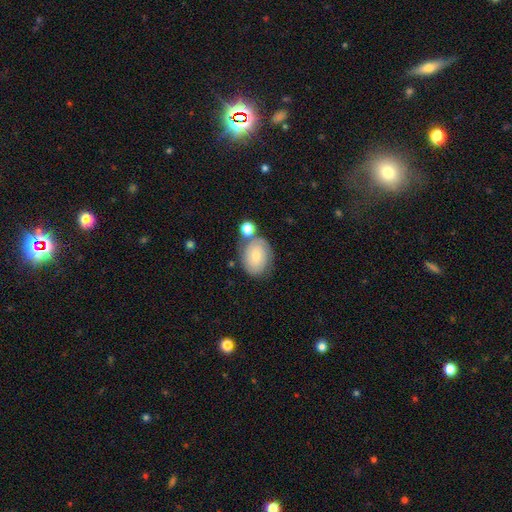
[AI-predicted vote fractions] Smooth or featured? featured or disk (54%)
Edge-on disk? no (96%)
Bar? no (77%)
Spiral arms? yes (86%)
Bulge size? small (61%)
Merging? none (61%)